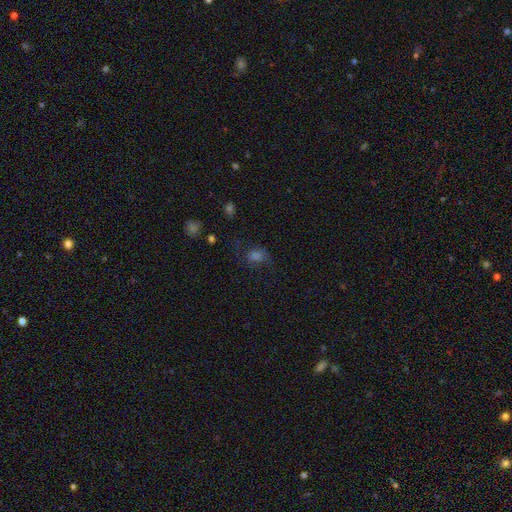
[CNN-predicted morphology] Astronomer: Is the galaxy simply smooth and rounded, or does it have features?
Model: smooth — 47% (runner-up: star or artifact, 30%).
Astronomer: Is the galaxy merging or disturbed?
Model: none — 58%.